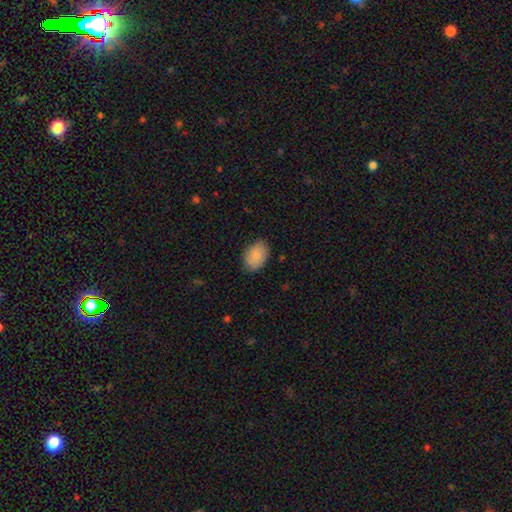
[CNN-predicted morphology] A smooth galaxy with no disk features (87%) that is in between round and cigar-shaped (83%).

Vote fractions:
- Smooth or featured? smooth: 87% / featured or disk: 6% / star or artifact: 6%
- How rounded? in between: 83% / round: 16% / cigar-shaped: 1%
- Merging? none: 83% / minor disturbance: 13% / major disturbance: 3% / merger: 1%